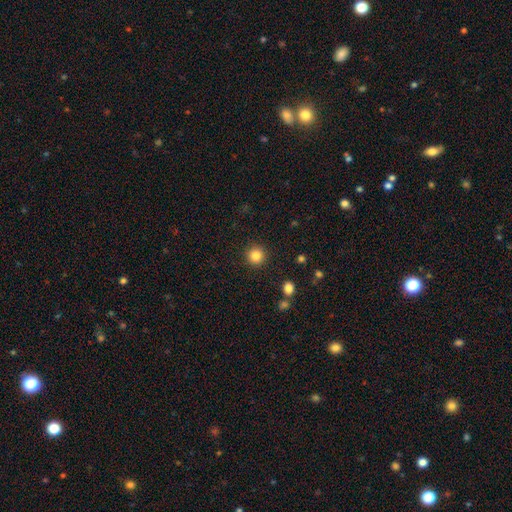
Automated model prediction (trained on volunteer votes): A smooth galaxy with no disk features (85%) that is round (95%). Merging: none (91%).